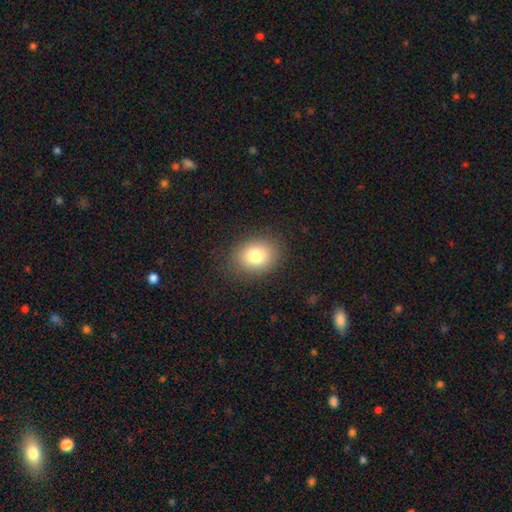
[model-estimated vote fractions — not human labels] Smooth or featured? smooth (80%)
How rounded? in between (54%)
Merging? none (86%)